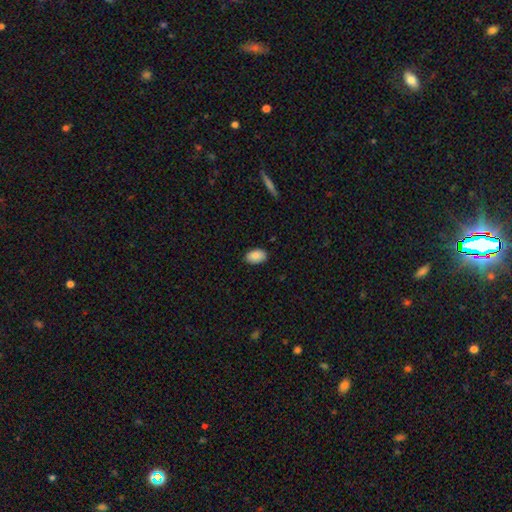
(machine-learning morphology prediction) This is clearly a smooth galaxy (89%). How rounded: clearly in between (92%). Merging: clearly none (86%).